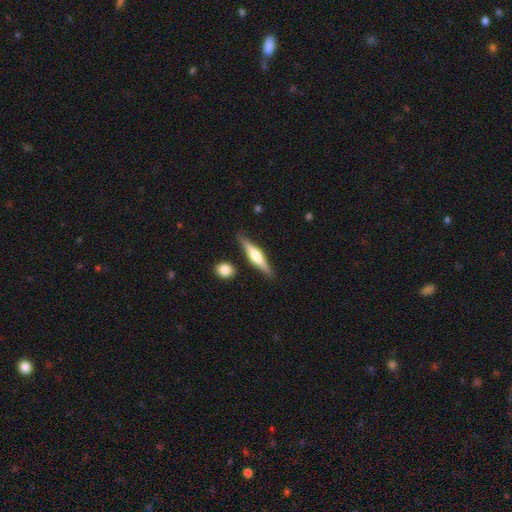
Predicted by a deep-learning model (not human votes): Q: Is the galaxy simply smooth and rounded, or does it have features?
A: featured or disk — 60%.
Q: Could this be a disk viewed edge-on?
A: yes — 96%.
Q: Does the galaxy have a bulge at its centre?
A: rounded — 86%.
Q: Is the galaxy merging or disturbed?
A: none — 85%.